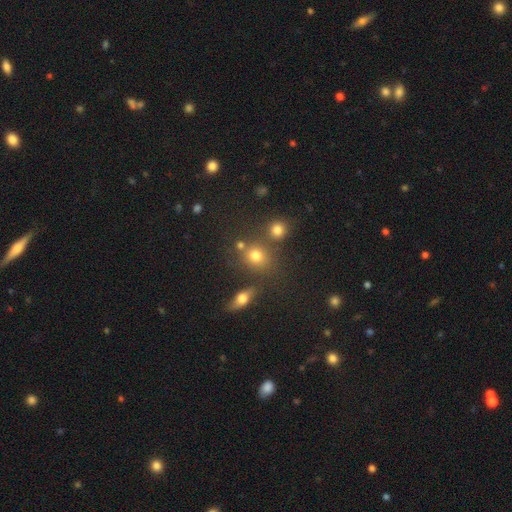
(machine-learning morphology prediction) This is likely a smooth galaxy (74%). How rounded: likely round (74%). Merging: likely none (68%).